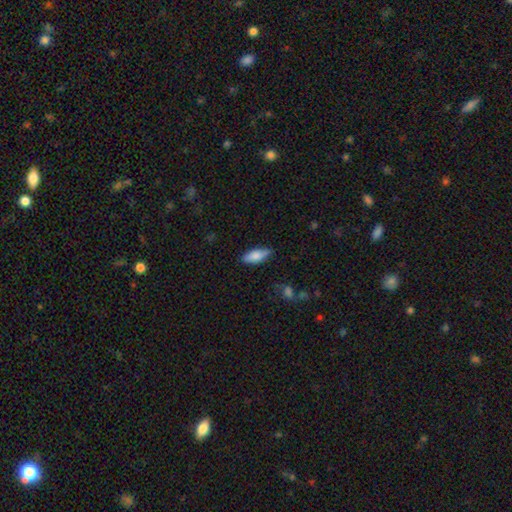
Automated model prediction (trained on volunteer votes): smooth_or_featured: smooth (p=0.80) [alt: featured or disk p=0.14]
how_rounded: in between (p=0.73) [alt: cigar-shaped p=0.24]
merging: none (p=0.77) [alt: minor disturbance p=0.18]